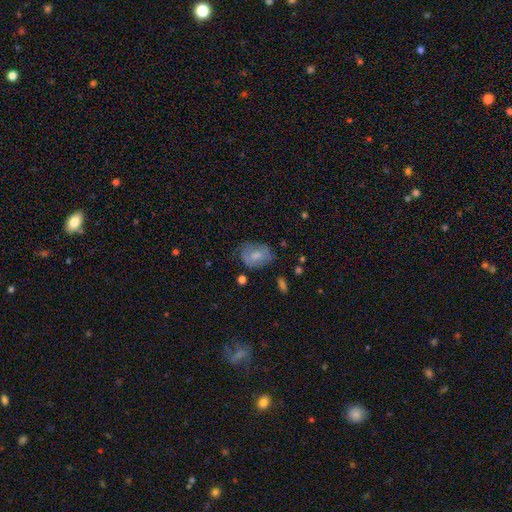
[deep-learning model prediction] A smooth galaxy with no disk features (56%) that is in between round and cigar-shaped (67%). Merging: none (58%).